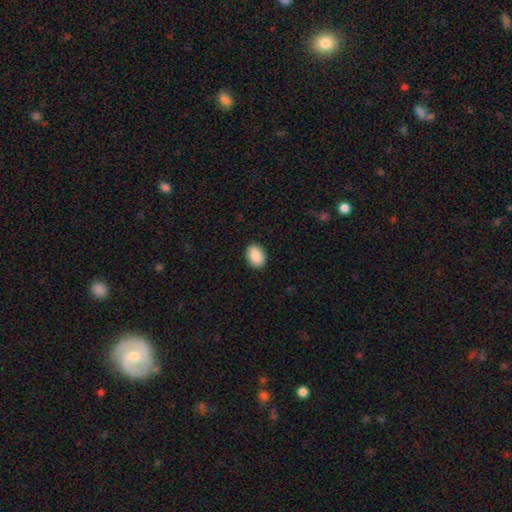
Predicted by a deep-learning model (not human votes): Smooth or featured?
  - smooth: 90% *
  - star or artifact: 7%
  - featured or disk: 4%
How rounded?
  - in between: 78% *
  - round: 21%
  - cigar-shaped: 1%
Merging?
  - none: 89% *
  - minor disturbance: 8%
  - major disturbance: 2%
  - merger: 1%